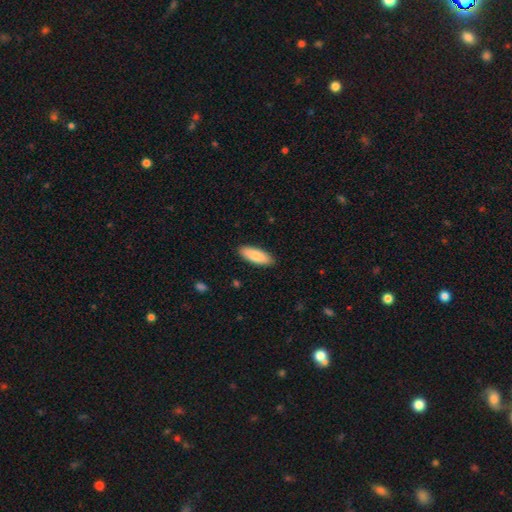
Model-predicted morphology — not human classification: type=smooth (86%); roundness=in between (69%); merging=none (89%).